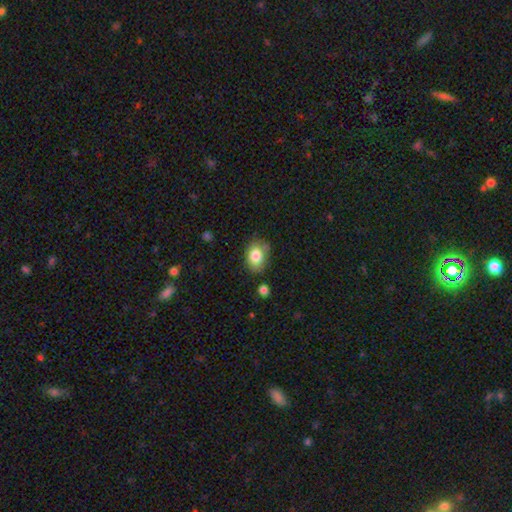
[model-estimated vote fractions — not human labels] Morphology: type=smooth (82%); roundness=in between (75%); merging=none (69%).